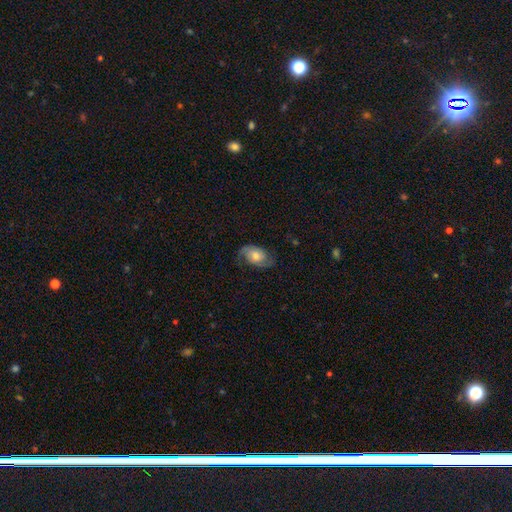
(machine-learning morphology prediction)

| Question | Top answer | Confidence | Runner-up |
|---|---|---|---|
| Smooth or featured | featured or disk | 68% | smooth (25%) |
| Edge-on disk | no | 96% | yes (4%) |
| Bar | no | 73% | weak (23%) |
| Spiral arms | yes | 91% | no (9%) |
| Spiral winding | medium | 44% | loose (30%) |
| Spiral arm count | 2 | 88% | can't tell (6%) |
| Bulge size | moderate | 63% | small (21%) |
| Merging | none | 73% | minor disturbance (18%) |